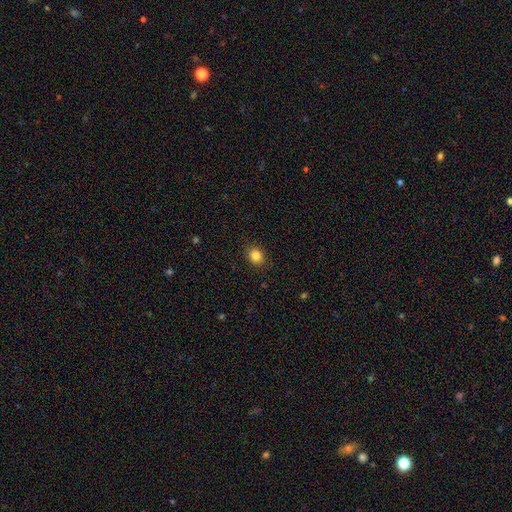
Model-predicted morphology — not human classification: The model was most divided on "how rounded": round: 66%, in between: 33%, cigar-shaped: 1%. More confident: merging — none (88%); smooth or featured — smooth (84%).